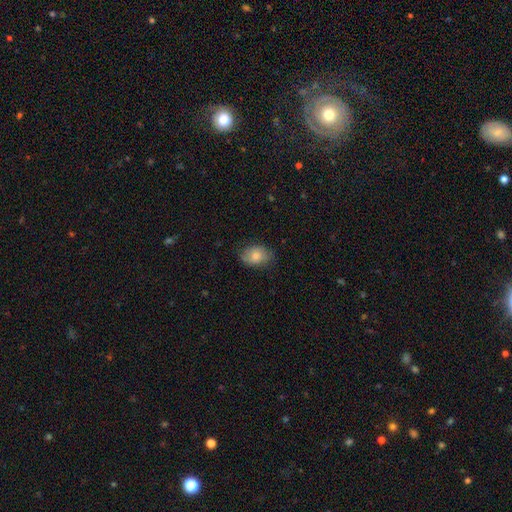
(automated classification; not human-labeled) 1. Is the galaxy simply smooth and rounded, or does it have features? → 76% smooth, 15% featured or disk, 8% star or artifact.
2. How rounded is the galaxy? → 72% in between, 27% round, 1% cigar-shaped.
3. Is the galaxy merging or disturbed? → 78% none, 17% minor disturbance, 4% major disturbance, 1% merger.